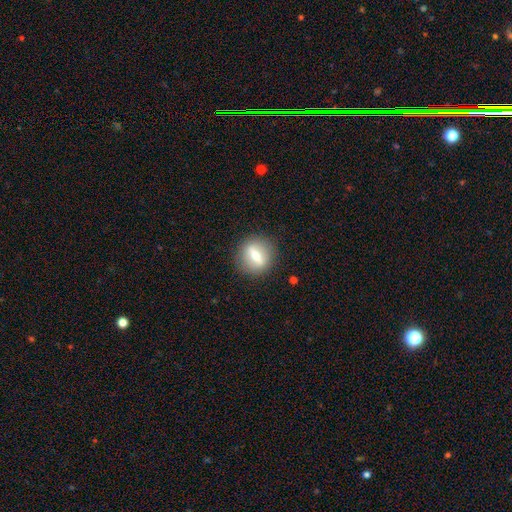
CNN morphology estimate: Smooth or featured?
  - featured or disk: 49% *
  - smooth: 42%
  - star or artifact: 8%
Merging?
  - none: 88% *
  - minor disturbance: 8%
  - major disturbance: 3%
  - merger: 1%